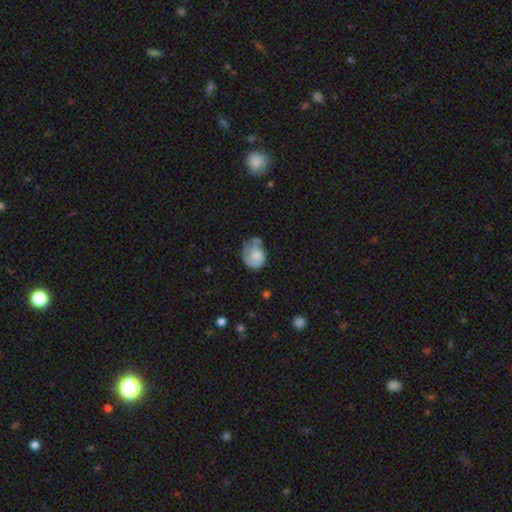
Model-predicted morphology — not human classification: type=smooth (48%); merging=none (40%).